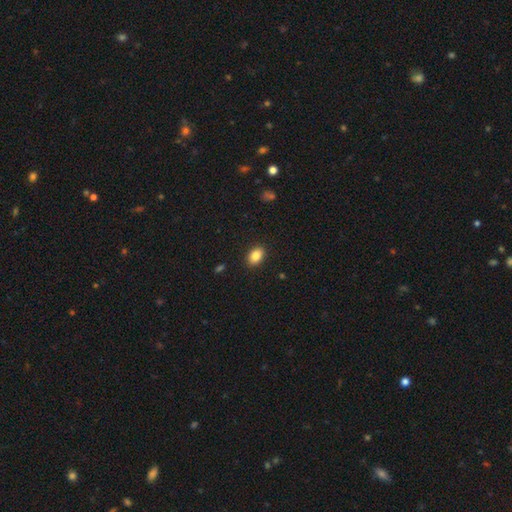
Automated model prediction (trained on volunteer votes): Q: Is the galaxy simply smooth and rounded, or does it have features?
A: smooth — 86%.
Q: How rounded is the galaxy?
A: in between — 83%.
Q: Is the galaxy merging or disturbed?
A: none — 90%.